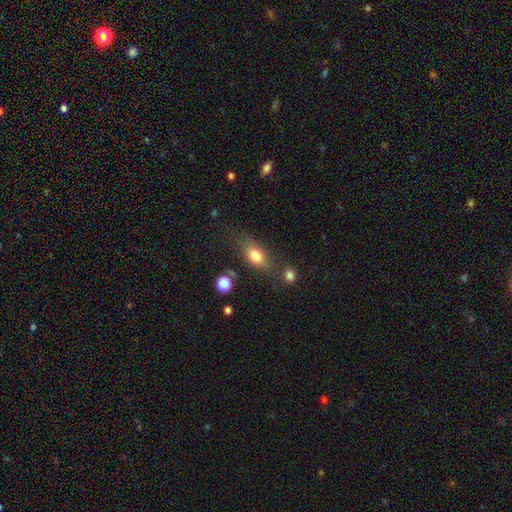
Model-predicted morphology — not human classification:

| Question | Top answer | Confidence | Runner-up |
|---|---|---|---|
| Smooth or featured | smooth | 77% | featured or disk (14%) |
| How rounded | in between | 80% | cigar-shaped (12%) |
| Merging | none | 66% | minor disturbance (19%) |